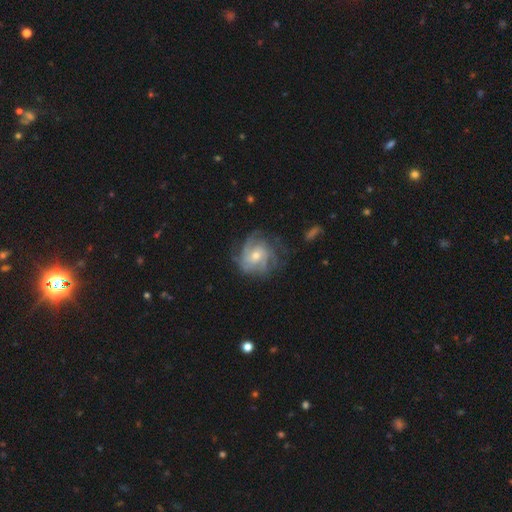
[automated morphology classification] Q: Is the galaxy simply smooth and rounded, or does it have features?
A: featured or disk — 85%.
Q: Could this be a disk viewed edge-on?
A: no — 98%.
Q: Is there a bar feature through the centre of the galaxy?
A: no — 61%.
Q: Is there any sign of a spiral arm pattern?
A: yes — 96%.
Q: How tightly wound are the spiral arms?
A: tight — 61%.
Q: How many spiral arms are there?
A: can't tell — 29%.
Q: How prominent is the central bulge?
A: moderate — 49%.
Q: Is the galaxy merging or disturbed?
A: none — 70%.